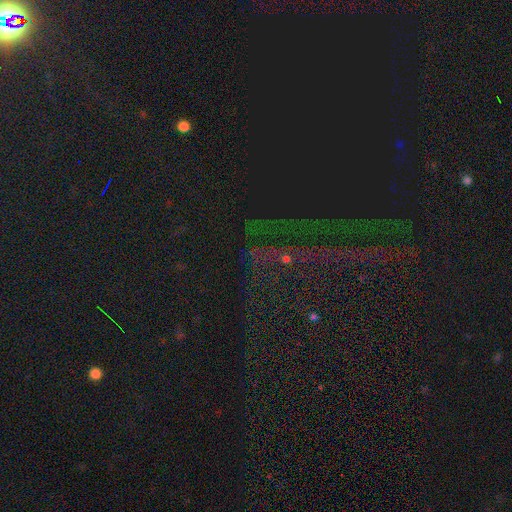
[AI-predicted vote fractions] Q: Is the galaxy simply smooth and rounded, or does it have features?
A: star or artifact — 85%.